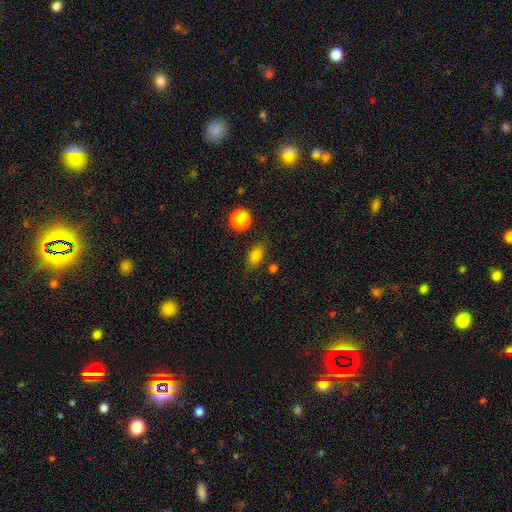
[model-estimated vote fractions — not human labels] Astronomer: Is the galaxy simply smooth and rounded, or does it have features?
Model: smooth — 83%.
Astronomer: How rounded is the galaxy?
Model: in between — 79%.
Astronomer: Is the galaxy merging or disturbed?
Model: none — 78%.